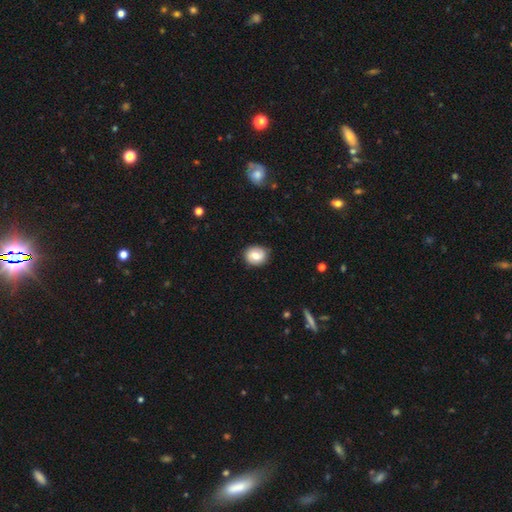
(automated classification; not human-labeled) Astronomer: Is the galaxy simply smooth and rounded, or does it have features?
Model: smooth — 73%.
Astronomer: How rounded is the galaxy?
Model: round — 72%.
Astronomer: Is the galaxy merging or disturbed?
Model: none — 86%.